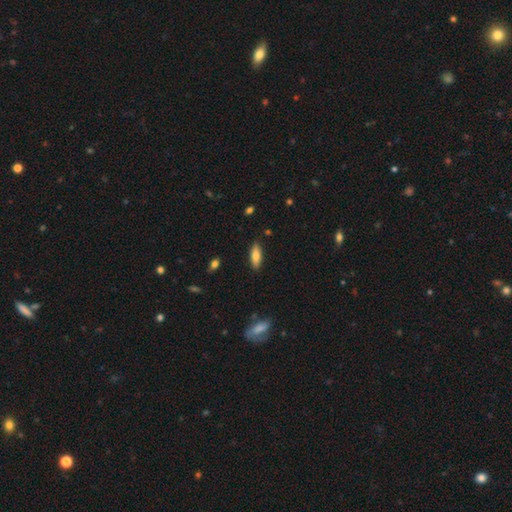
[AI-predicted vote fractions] smooth 75%, featured or disk 18%, star or artifact 6%. Down the decision tree: how rounded — in between (61%); merging — none (87%).